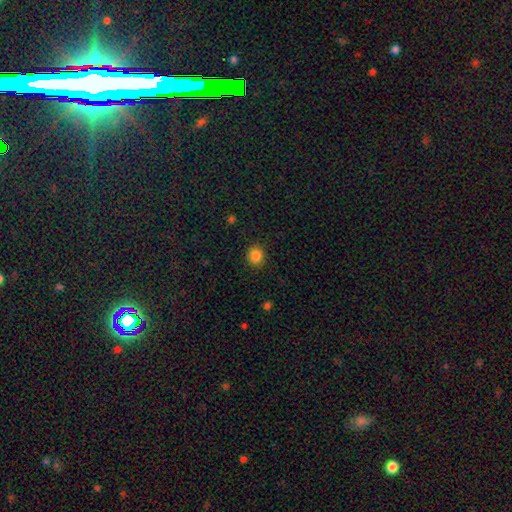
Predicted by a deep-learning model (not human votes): smooth 85%, star or artifact 11%, featured or disk 4%. Down the decision tree: how rounded — round (80%); merging — none (89%).